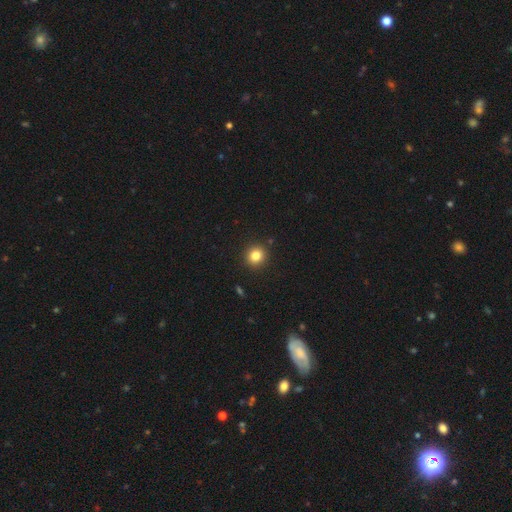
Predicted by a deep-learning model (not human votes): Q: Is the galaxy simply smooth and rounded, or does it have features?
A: smooth — 83%.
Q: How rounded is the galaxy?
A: round — 90%.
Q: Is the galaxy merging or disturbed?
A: none — 91%.